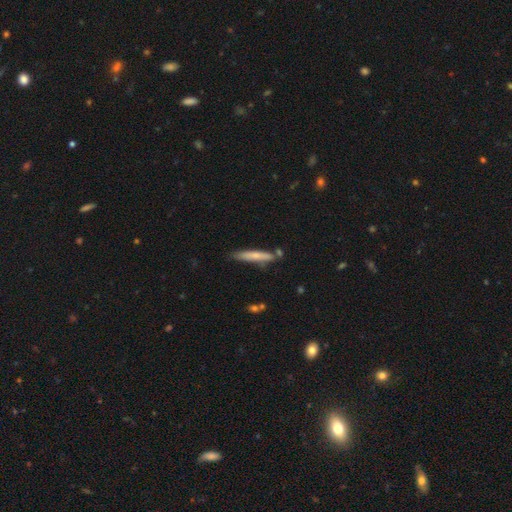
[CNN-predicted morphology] Smooth or featured? smooth (65%)
How rounded? cigar-shaped (92%)
Merging? none (74%)